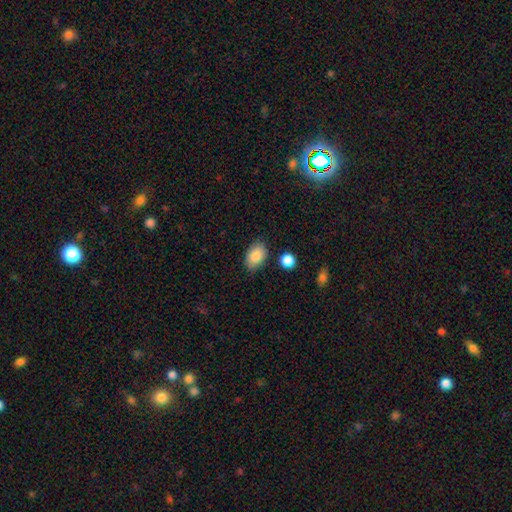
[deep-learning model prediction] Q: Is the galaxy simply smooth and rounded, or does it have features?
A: smooth — 86%.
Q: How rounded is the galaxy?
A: in between — 87%.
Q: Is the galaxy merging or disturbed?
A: none — 80%.